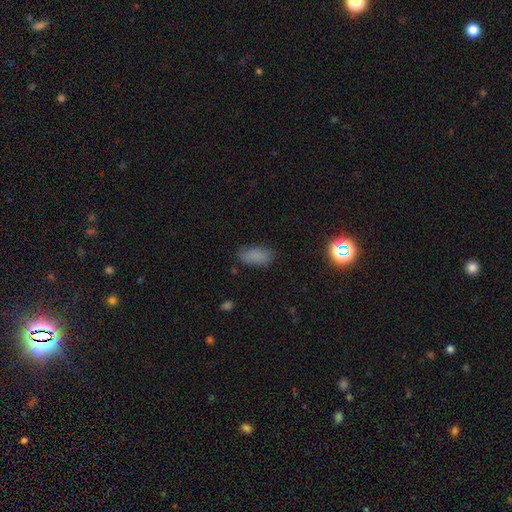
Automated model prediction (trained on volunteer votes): This is likely a smooth galaxy (80%). How rounded: clearly in between (89%). Merging: clearly none (80%).